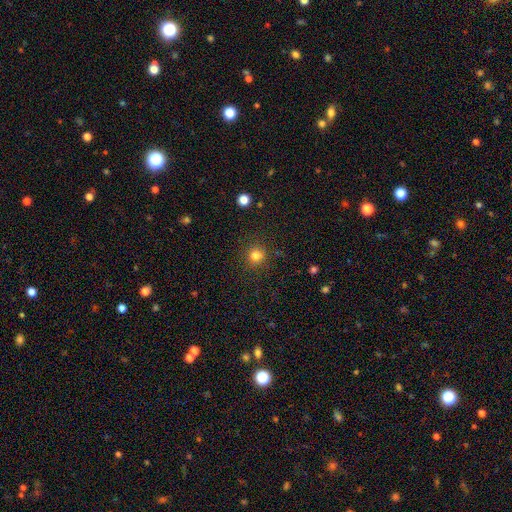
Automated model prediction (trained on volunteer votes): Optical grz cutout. It shows a smooth galaxy with no disk features (80%) that is round (90%). Merging: none (86%).